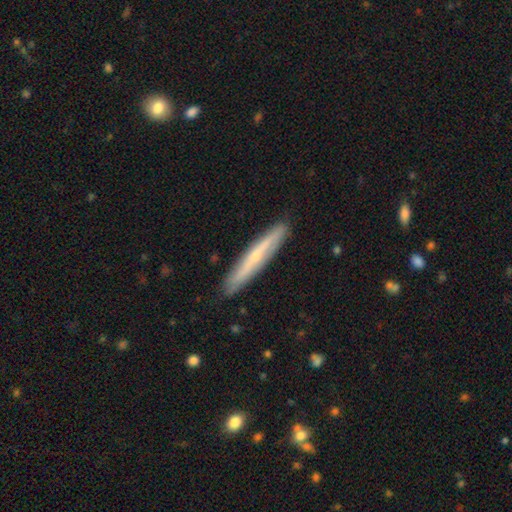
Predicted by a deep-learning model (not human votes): smooth-or-featured: featured or disk: 56% | smooth: 38% | star or artifact: 6%
  disk-edge-on: yes: 85% | no: 15%
  merging: none: 88% | minor disturbance: 9% | major disturbance: 2% | merger: 1%